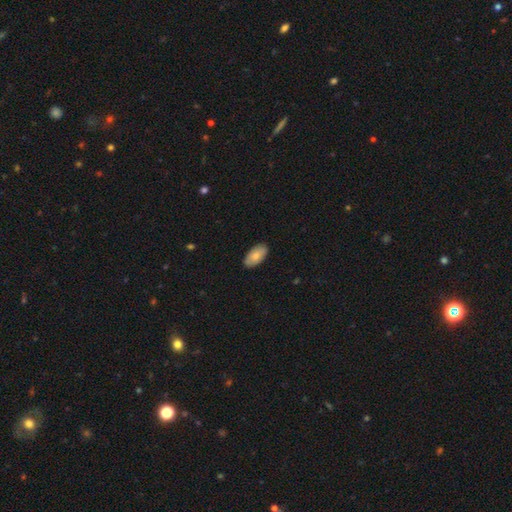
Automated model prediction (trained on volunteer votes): Morphology: type=smooth (79%); roundness=in between (94%); merging=none (86%).